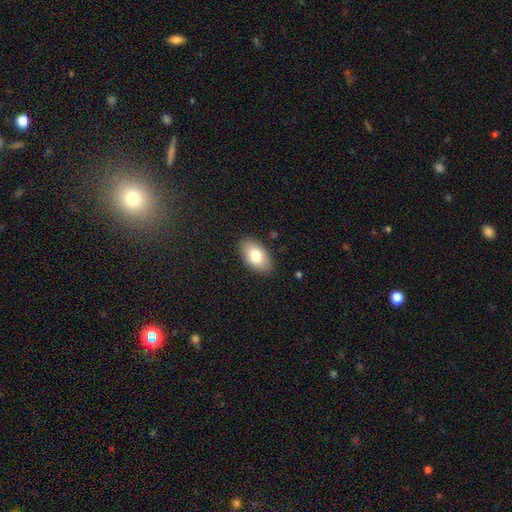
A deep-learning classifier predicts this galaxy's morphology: Smooth or featured?
  - smooth: 77% *
  - featured or disk: 15%
  - star or artifact: 7%
How rounded?
  - in between: 93% *
  - round: 5%
  - cigar-shaped: 2%
Merging?
  - none: 86% *
  - minor disturbance: 10%
  - major disturbance: 2%
  - merger: 1%